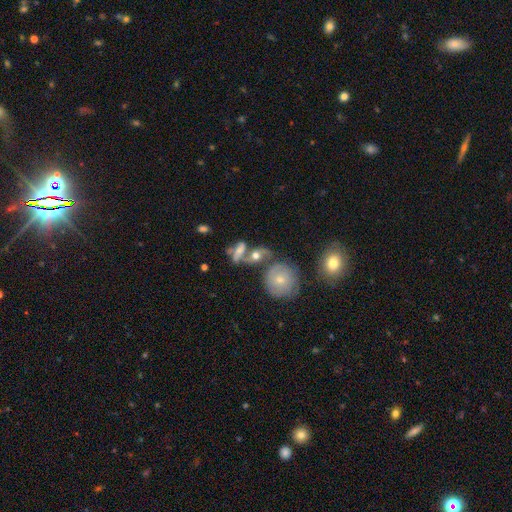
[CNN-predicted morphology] Smooth or featured? Predicted: featured or disk (p=0.49). Merging? Predicted: none (p=0.38).